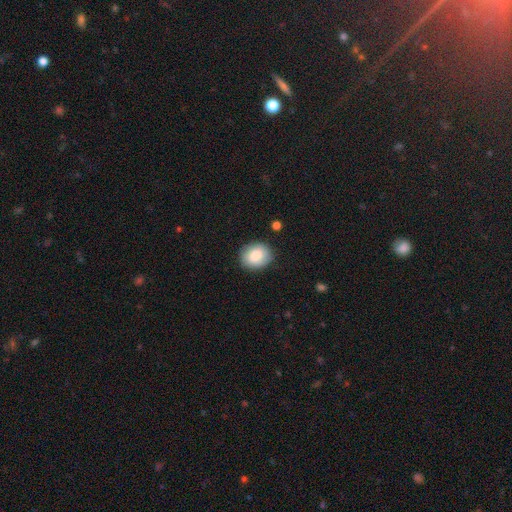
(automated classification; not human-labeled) This is clearly a smooth galaxy (84%). How rounded: possibly round (59%). Merging: clearly none (84%).